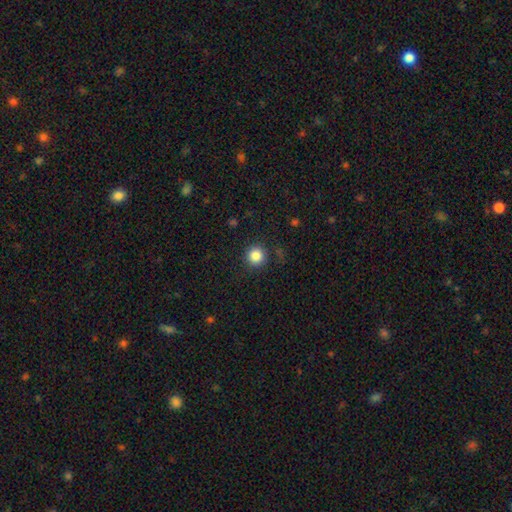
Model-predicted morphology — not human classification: Overall: smooth (85%). How rounded: round (94%). Merging: none (89%).